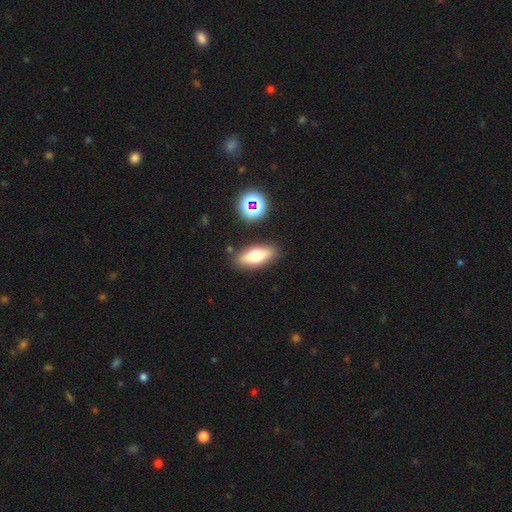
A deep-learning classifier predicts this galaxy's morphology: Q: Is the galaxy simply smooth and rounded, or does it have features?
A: smooth — 63%.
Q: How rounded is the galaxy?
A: in between — 69%.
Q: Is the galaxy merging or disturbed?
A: none — 85%.